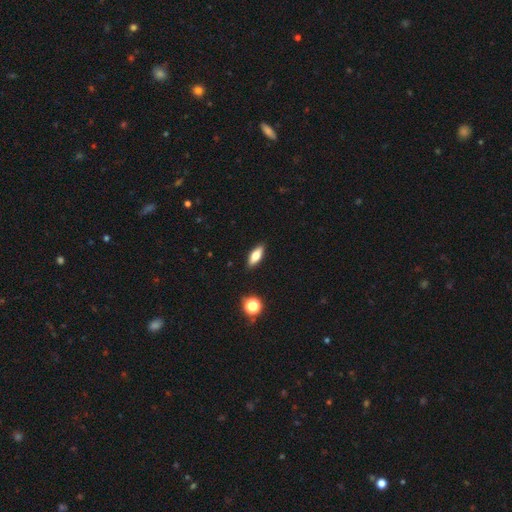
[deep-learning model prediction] Smooth or featured: smooth — 72% (featured or disk — 20%)
How rounded: in between — 70% (cigar-shaped — 27%)
Merging: none — 88% (minor disturbance — 9%)